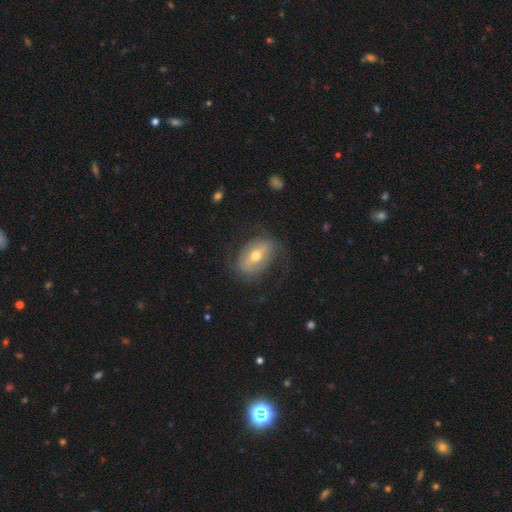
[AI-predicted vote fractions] Q: Smooth or featured?
A: featured or disk (59%); runner-up: smooth (33%)
Q: Edge-on disk?
A: no (91%); runner-up: yes (9%)
Q: Bar?
A: strong (38%); runner-up: weak (37%)
Q: Spiral arms?
A: yes (59%); runner-up: no (41%)
Q: Bulge size?
A: moderate (67%); runner-up: small (27%)
Q: Merging?
A: none (65%); runner-up: minor disturbance (19%)